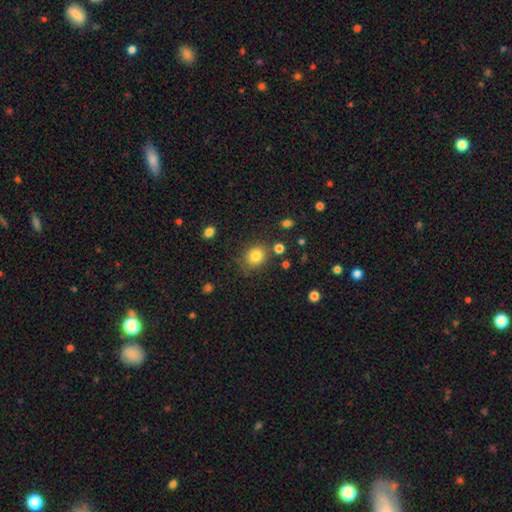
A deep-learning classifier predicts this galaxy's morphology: Smooth or featured? Predicted: smooth (p=0.81). How rounded? Predicted: round (p=0.69). Merging? Predicted: none (p=0.76).